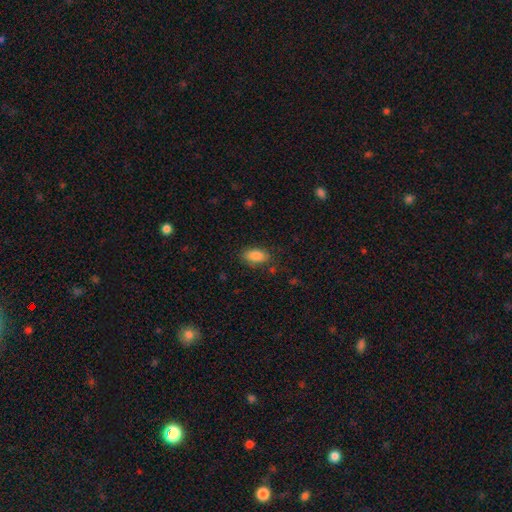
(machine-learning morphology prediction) The model was most divided on "merging": none: 81%, minor disturbance: 13%, major disturbance: 4%, merger: 2%. More confident: how rounded — in between (91%); smooth or featured — smooth (87%).